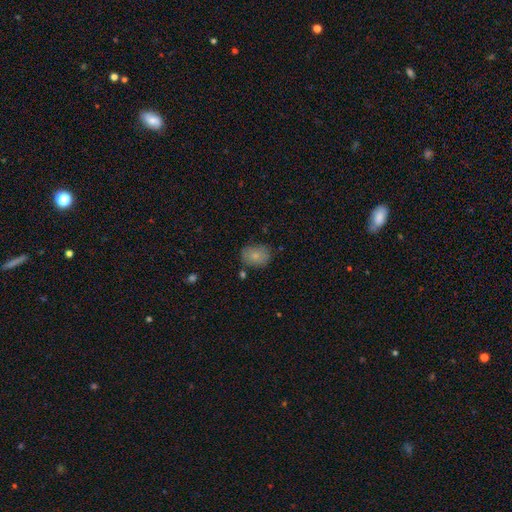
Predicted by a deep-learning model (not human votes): Q: Smooth or featured?
A: smooth (82%); runner-up: featured or disk (10%)
Q: How rounded?
A: in between (64%); runner-up: round (35%)
Q: Merging?
A: none (73%); runner-up: minor disturbance (18%)